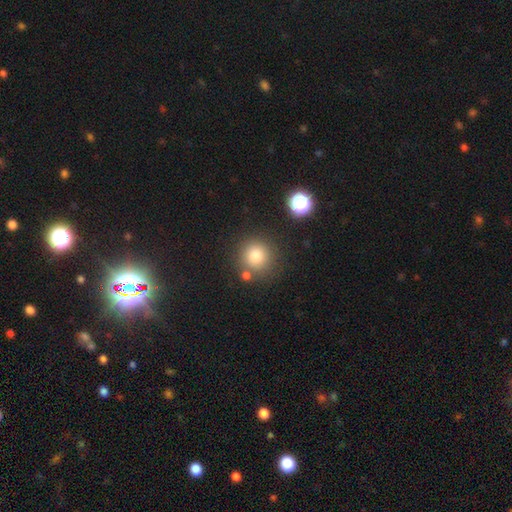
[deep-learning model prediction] This is clearly a smooth galaxy (80%). How rounded: clearly round (93%). Merging: likely none (78%).